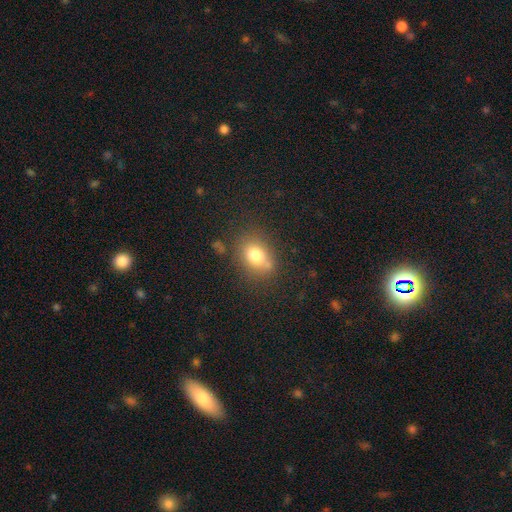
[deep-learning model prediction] smooth_or_featured: smooth (p=0.79) [alt: featured or disk p=0.11]
how_rounded: in between (p=0.64) [alt: round p=0.35]
merging: none (p=0.67) [alt: minor disturbance p=0.18]